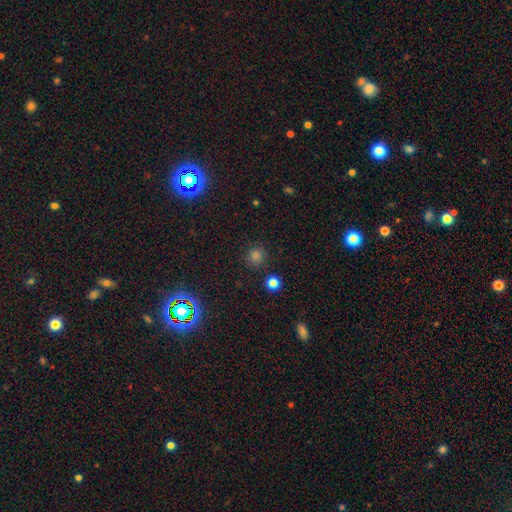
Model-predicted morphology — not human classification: Overall: smooth (70%). How rounded: round (91%). Merging: none (88%).